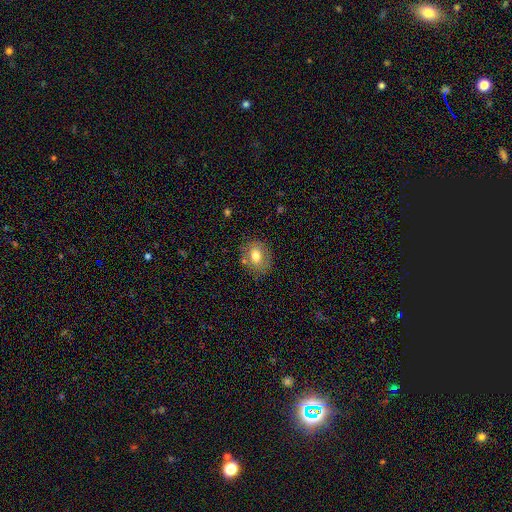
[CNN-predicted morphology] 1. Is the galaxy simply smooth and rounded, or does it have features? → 71% smooth, 20% featured or disk, 9% star or artifact.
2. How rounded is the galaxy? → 53% in between, 46% round, 1% cigar-shaped.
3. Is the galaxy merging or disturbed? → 76% none, 16% minor disturbance, 5% major disturbance, 4% merger.